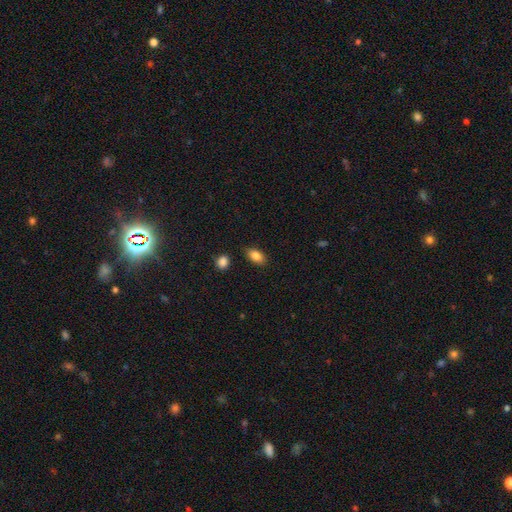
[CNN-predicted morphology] Smooth or featured: smooth — 86% (star or artifact — 8%)
How rounded: in between — 90% (round — 8%)
Merging: none — 84% (minor disturbance — 11%)